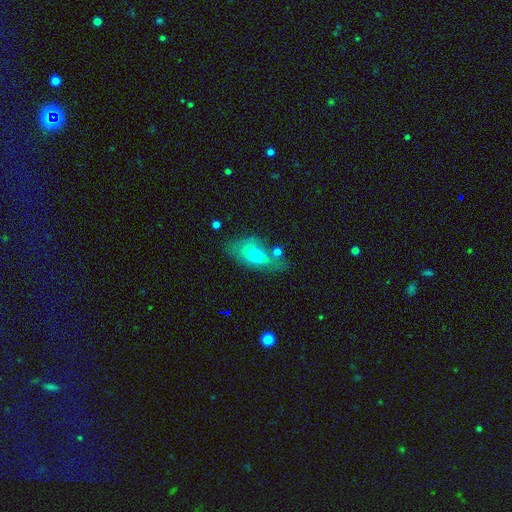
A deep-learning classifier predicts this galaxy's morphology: The model was most divided on "merging": none: 44%, minor disturbance: 24%, merger: 18%, major disturbance: 14%. More confident: how rounded — in between (81%); smooth or featured — smooth (58%).